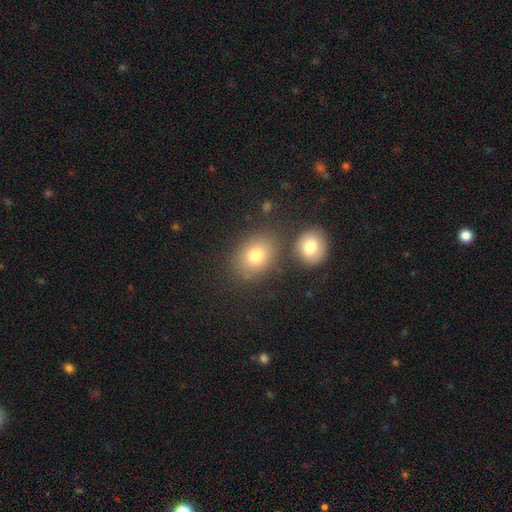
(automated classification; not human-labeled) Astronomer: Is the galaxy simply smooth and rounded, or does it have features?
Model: smooth — 78%.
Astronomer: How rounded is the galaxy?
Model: in between — 58% (runner-up: round, 40%).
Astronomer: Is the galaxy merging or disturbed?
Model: none — 71%.